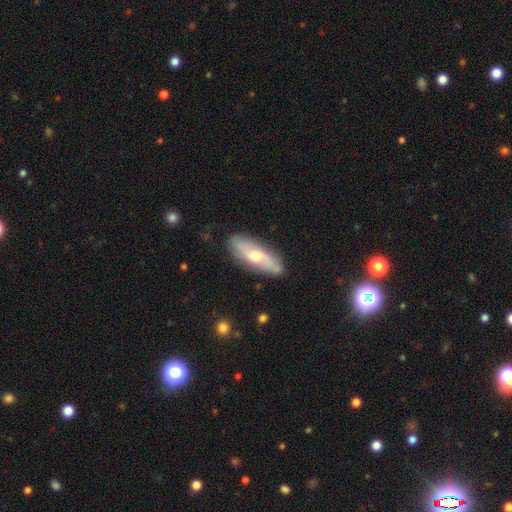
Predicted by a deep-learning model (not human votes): Smooth or featured? Predicted: featured or disk (p=0.56). Edge-on disk? Predicted: no (p=0.72). Merging? Predicted: none (p=0.81).